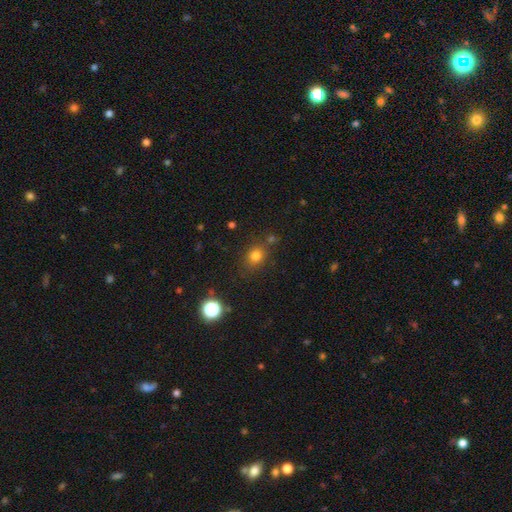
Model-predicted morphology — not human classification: Smooth or featured: smooth — 77% (star or artifact — 16%)
How rounded: round — 65% (in between — 34%)
Merging: none — 77% (minor disturbance — 12%)